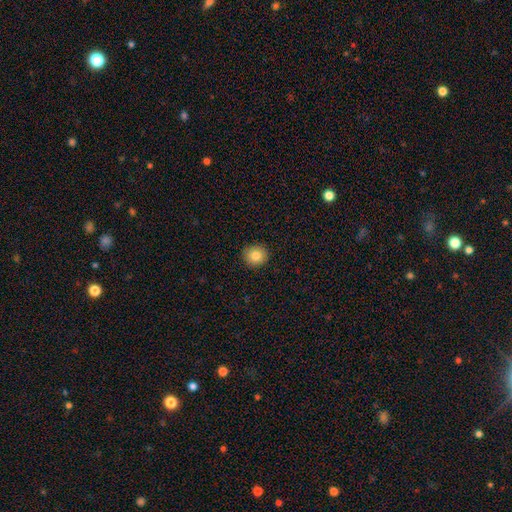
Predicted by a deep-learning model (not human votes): Smooth or featured? Predicted: smooth (p=0.83). How rounded? Predicted: round (p=0.89). Merging? Predicted: none (p=0.91).